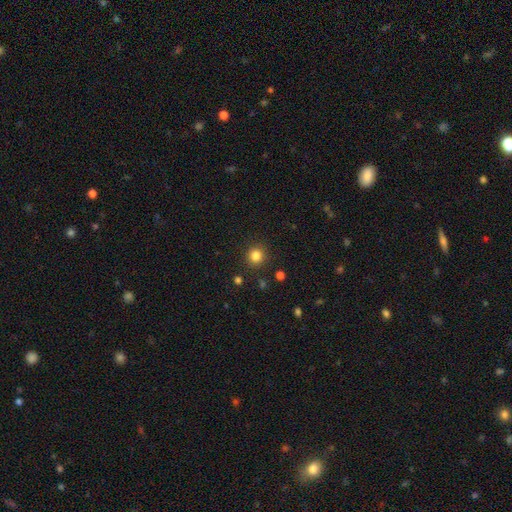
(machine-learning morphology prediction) Smooth or featured? Predicted: smooth (p=0.83). How rounded? Predicted: round (p=0.93). Merging? Predicted: none (p=0.90).